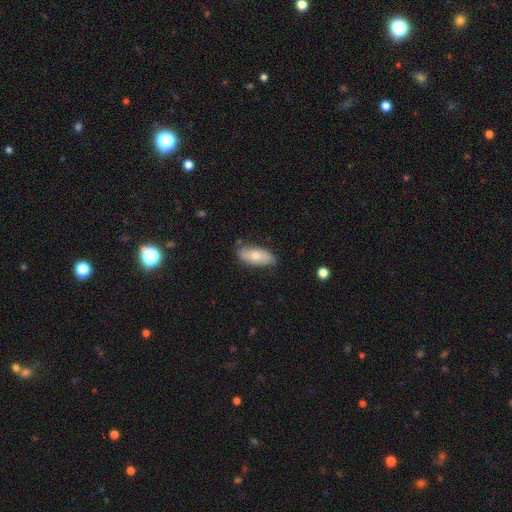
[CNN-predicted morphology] Smooth or featured? Predicted: smooth (p=0.58). How rounded? Predicted: in between (p=0.84). Merging? Predicted: none (p=0.80).